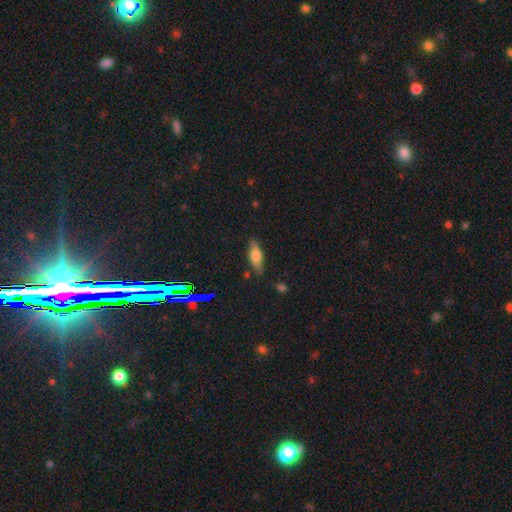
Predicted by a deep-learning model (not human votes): A smooth galaxy with no disk features (59%) that is in between round and cigar-shaped (54%).

Vote fractions:
- Smooth or featured? smooth: 59% / featured or disk: 32% / star or artifact: 9%
- How rounded? in between: 54% / cigar-shaped: 43% / round: 3%
- Merging? none: 82% / minor disturbance: 13% / major disturbance: 3% / merger: 2%